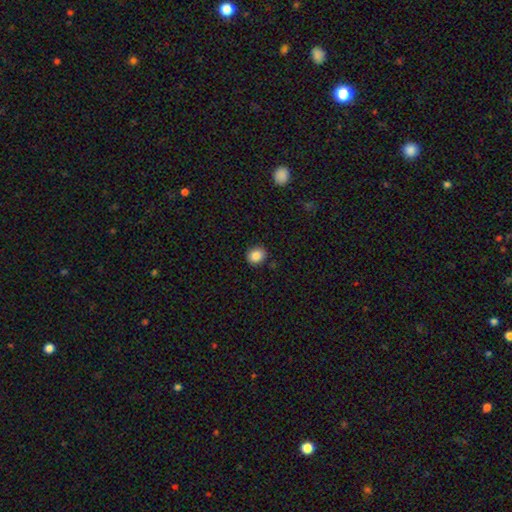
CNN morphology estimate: A smooth galaxy with no disk features (87%) that is round (71%). Merging: none (88%).